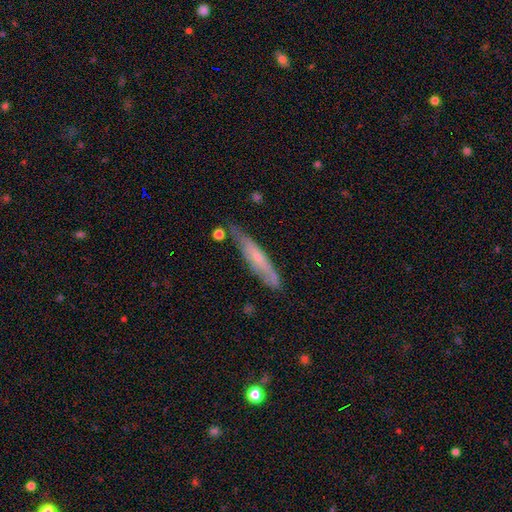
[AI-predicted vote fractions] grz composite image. It shows a featured or disk galaxy (53%) viewed edge-on (68%). Merging: none (69%).